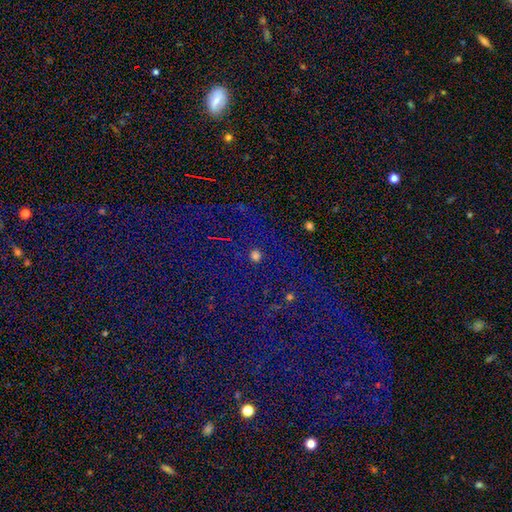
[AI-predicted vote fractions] smooth_or_featured: star or artifact (p=0.66) [alt: smooth p=0.25]